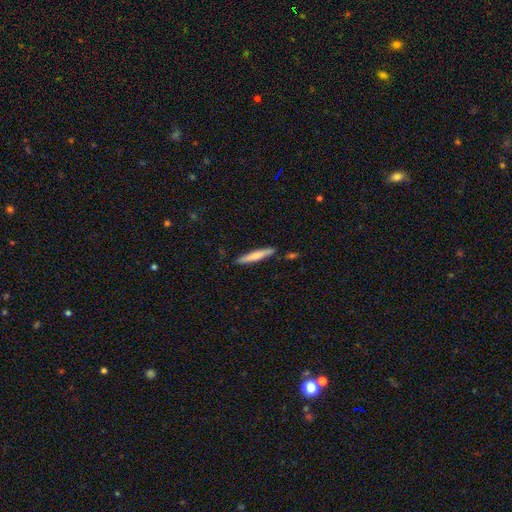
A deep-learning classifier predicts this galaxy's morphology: A smooth galaxy with no disk features (62%) that is cigar-shaped (93%). Merging: none (86%).